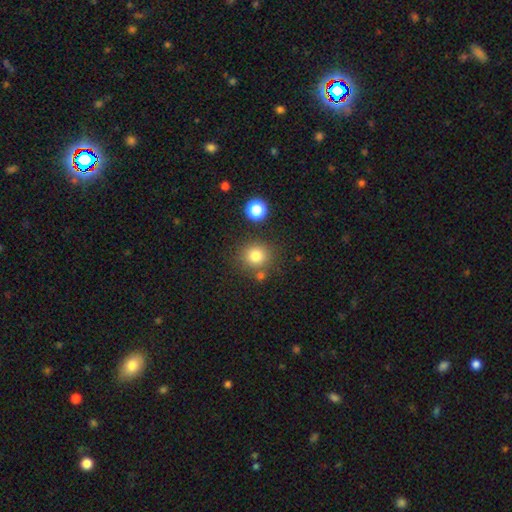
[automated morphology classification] smooth 80%, star or artifact 13%, featured or disk 7%. Down the decision tree: how rounded — round (91%); merging — none (79%).